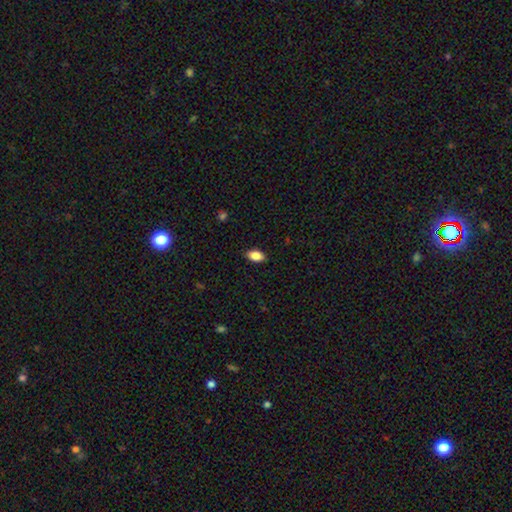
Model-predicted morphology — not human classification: This is clearly a smooth galaxy (88%). How rounded: clearly in between (92%). Merging: clearly none (88%).